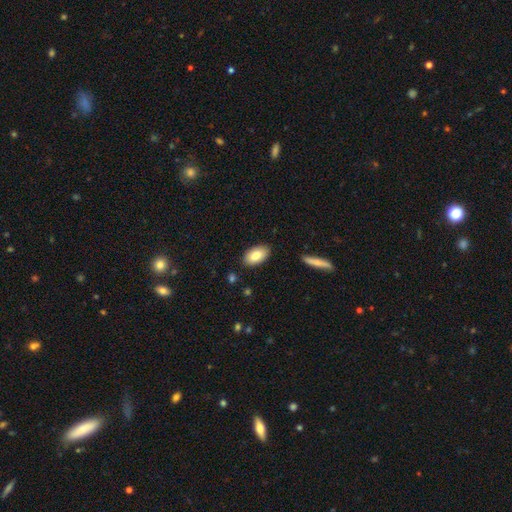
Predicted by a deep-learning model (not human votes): Smooth or featured? smooth (82%)
How rounded? in between (94%)
Merging? none (88%)